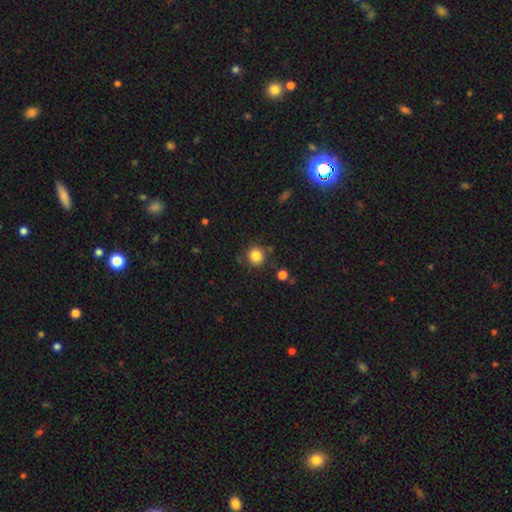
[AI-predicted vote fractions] Smooth or featured: smooth — 84% (star or artifact — 11%)
How rounded: round — 90% (in between — 9%)
Merging: none — 84% (minor disturbance — 9%)